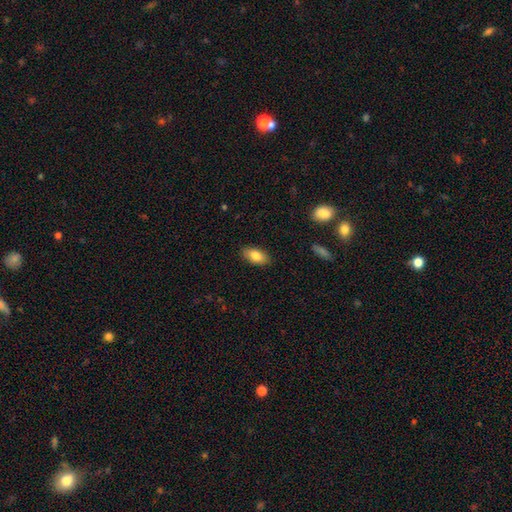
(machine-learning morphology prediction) Smooth or featured? smooth (84%)
How rounded? in between (91%)
Merging? none (87%)